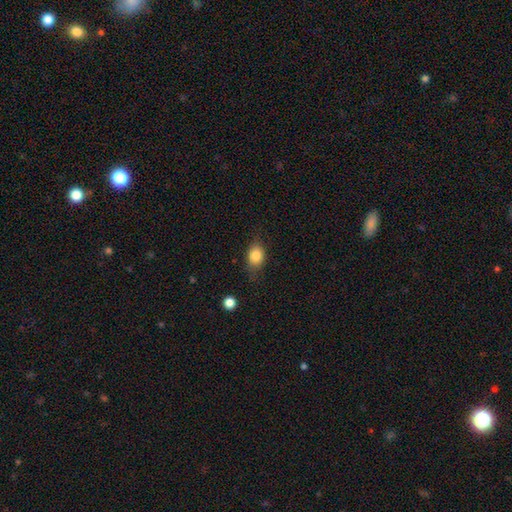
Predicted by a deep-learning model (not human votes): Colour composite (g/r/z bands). It shows a smooth galaxy with no disk features (82%) that is in between round and cigar-shaped (62%). Merging: none (70%).